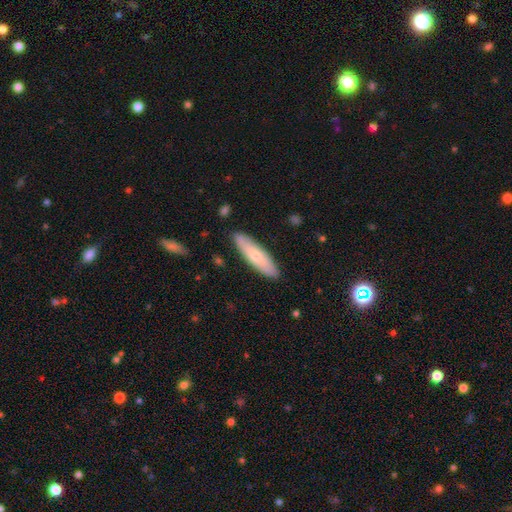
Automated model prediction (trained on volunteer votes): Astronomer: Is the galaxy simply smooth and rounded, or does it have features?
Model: smooth — 63%.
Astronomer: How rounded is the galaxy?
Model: cigar-shaped — 64%.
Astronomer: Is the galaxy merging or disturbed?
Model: none — 87%.